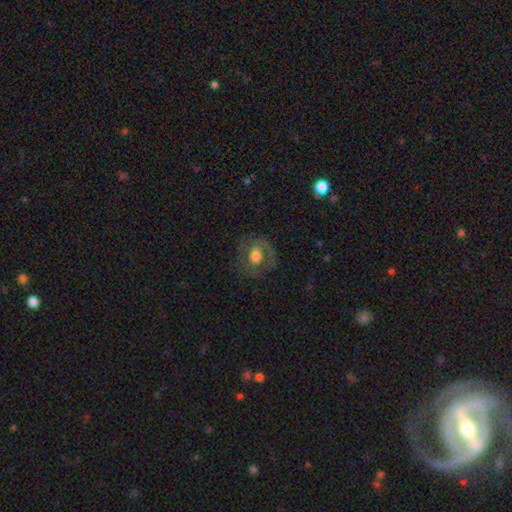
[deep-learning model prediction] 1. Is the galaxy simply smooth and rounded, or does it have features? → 47% smooth, 44% featured or disk, 9% star or artifact.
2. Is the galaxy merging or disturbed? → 69% none, 17% minor disturbance, 13% major disturbance, 1% merger.